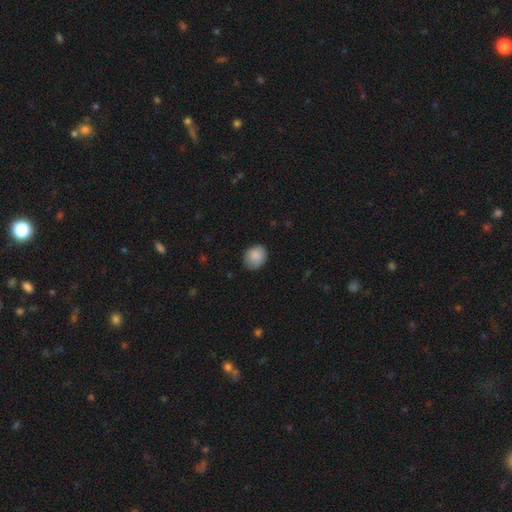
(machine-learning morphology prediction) Overall: smooth (88%). How rounded: round (60%; in between 39%). Merging: none (81%).